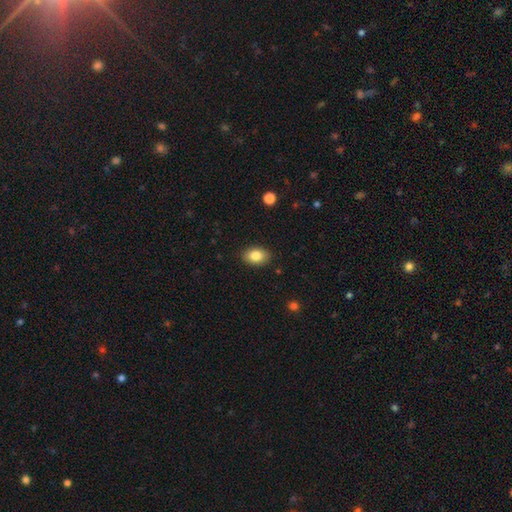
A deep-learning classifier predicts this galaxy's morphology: smooth_or_featured: smooth (p=0.84) [alt: featured or disk p=0.09]
how_rounded: in between (p=0.86) [alt: round p=0.13]
merging: none (p=0.88) [alt: minor disturbance p=0.09]